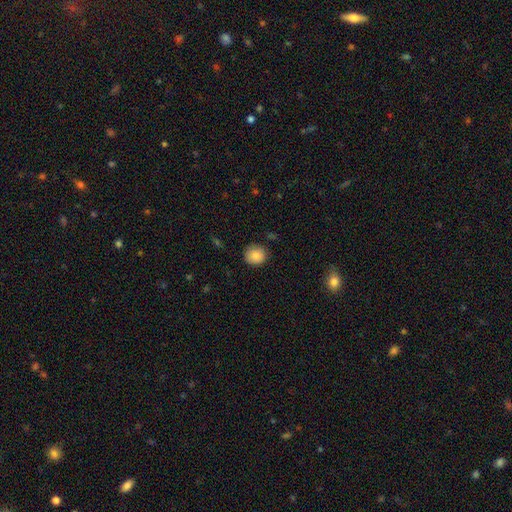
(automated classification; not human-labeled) smooth_or_featured: smooth (p=0.86) [alt: star or artifact p=0.08]
how_rounded: round (p=0.86) [alt: in between p=0.13]
merging: none (p=0.86) [alt: minor disturbance p=0.11]